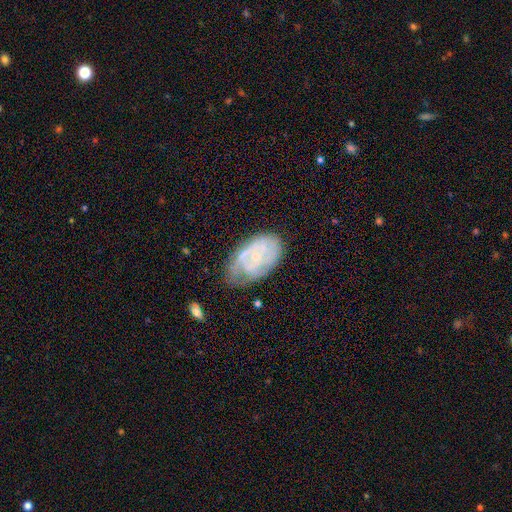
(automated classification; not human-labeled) This appears to be a featured or disk galaxy (67%) with no bar (73%), spiral arms (74%) and a small central bulge (72%). Merging: none (55%).